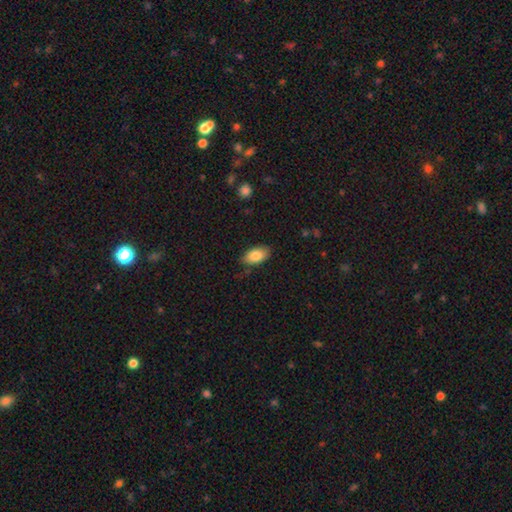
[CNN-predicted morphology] Smooth or featured? smooth (84%)
How rounded? in between (93%)
Merging? none (81%)